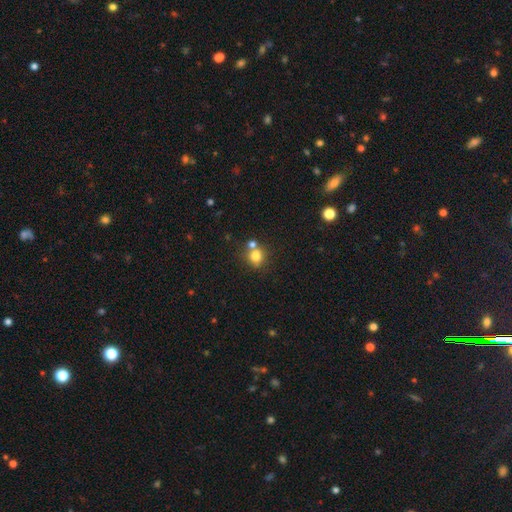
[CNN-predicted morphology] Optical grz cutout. It shows a smooth galaxy with no disk features (78%) that is round (76%). Merging: none (57%).